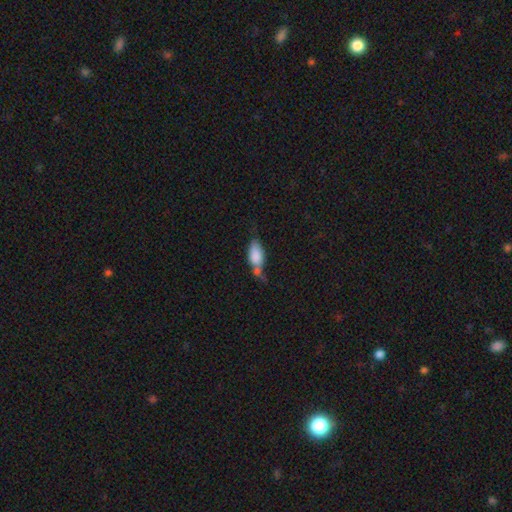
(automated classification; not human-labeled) Smooth or featured? smooth (78%)
How rounded? in between (86%)
Merging? merger (30%)